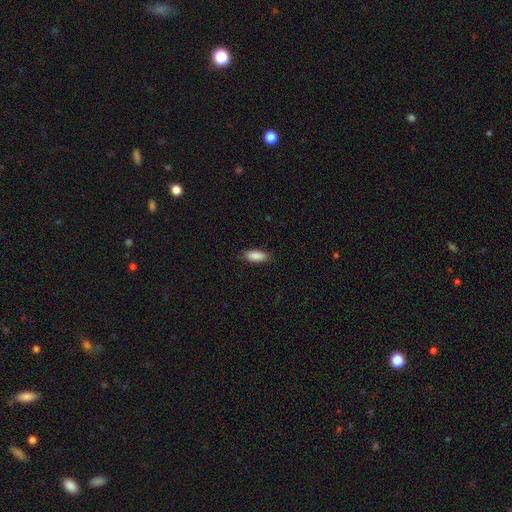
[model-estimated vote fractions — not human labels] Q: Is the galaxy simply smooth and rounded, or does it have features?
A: smooth — 89%.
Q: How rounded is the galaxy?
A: in between — 81%.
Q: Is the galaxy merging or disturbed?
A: none — 86%.